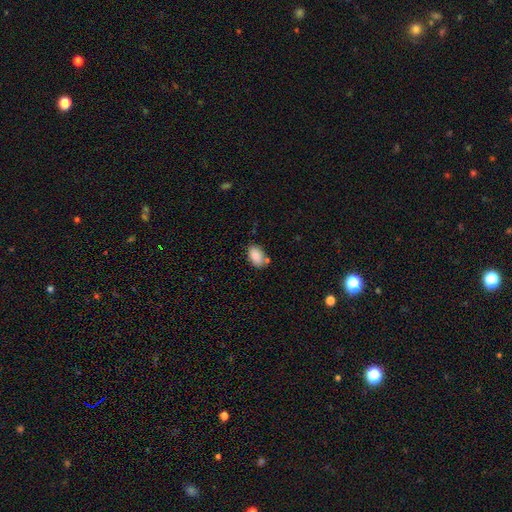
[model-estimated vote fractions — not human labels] Smooth or featured?
  - smooth: 84% *
  - featured or disk: 9%
  - star or artifact: 7%
How rounded?
  - in between: 90% *
  - round: 9%
  - cigar-shaped: 1%
Merging?
  - none: 70% *
  - minor disturbance: 18%
  - merger: 9%
  - major disturbance: 3%